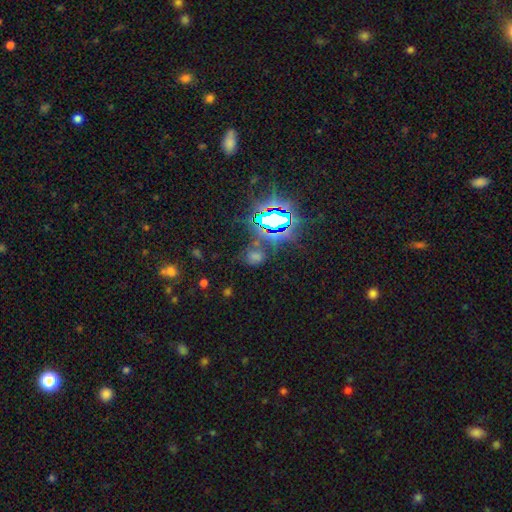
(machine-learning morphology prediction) A star or artifact, not a galaxy (61%).